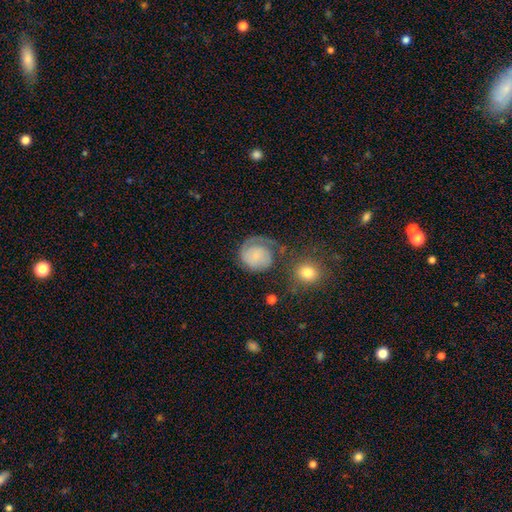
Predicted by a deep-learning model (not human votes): Q: Smooth or featured?
A: smooth (47%); runner-up: featured or disk (45%)
Q: Merging?
A: none (48%); runner-up: major disturbance (24%)